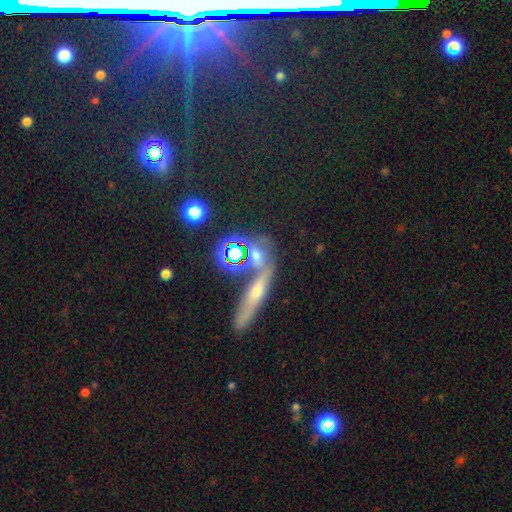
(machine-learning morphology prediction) This is marginally a smooth galaxy (43%). Merging: possibly none (54%).